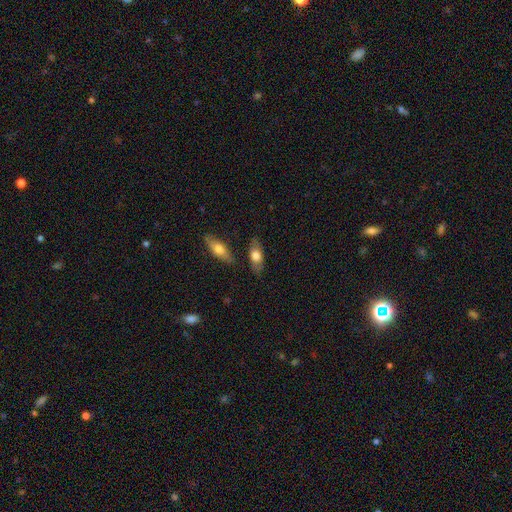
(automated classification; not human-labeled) Smooth or featured? smooth (63%)
How rounded? in between (76%)
Merging? none (78%)